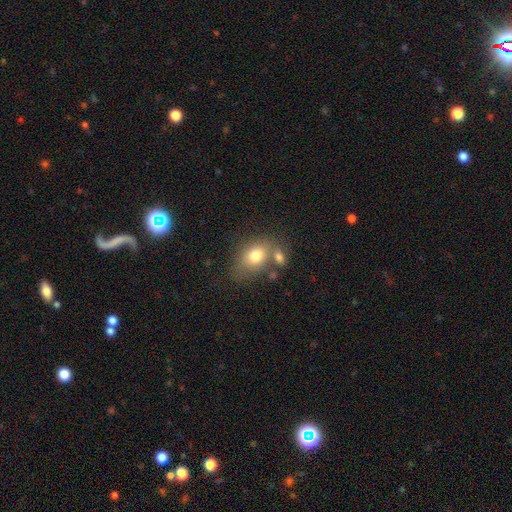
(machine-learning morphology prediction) Overall: smooth (76%). How rounded: in between (74%). Merging: none (48%; merger 27%).